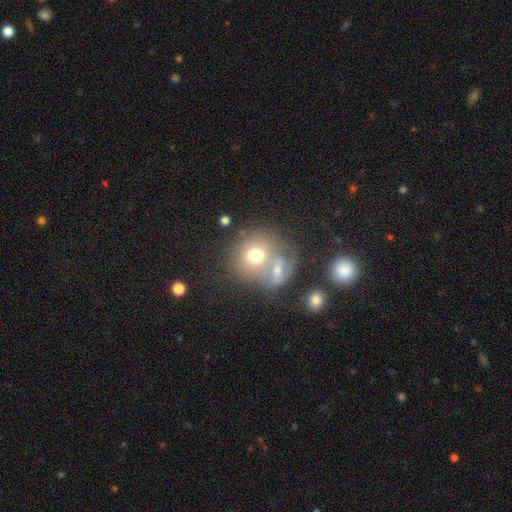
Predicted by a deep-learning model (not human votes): smooth-or-featured: smooth: 66% | featured or disk: 24% | star or artifact: 10%
  how-rounded: round: 79% | in between: 20% | cigar-shaped: 1%
  merging: merger: 48% | none: 33% | minor disturbance: 11% | major disturbance: 8%